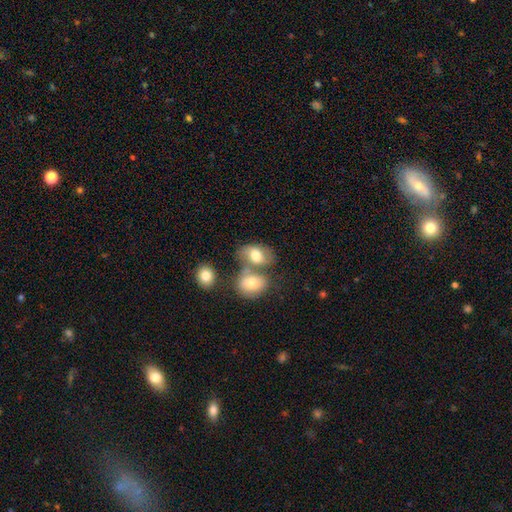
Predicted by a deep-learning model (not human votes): A smooth galaxy with no disk features (72%) that is in between round and cigar-shaped (78%). Merging: merger (46%).